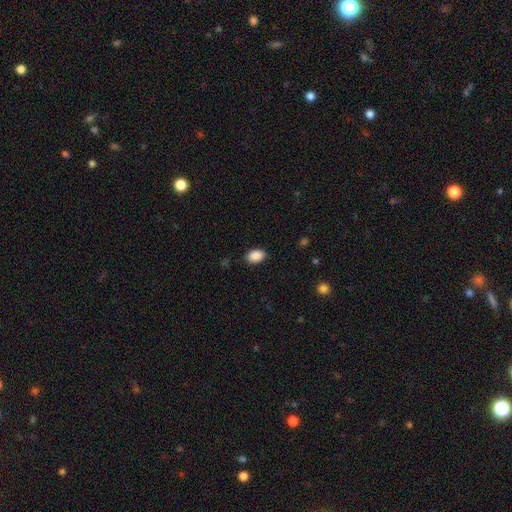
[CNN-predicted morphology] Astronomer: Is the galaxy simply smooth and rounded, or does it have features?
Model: smooth — 90%.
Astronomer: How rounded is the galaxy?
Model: in between — 87%.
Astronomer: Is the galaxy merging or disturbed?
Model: none — 87%.